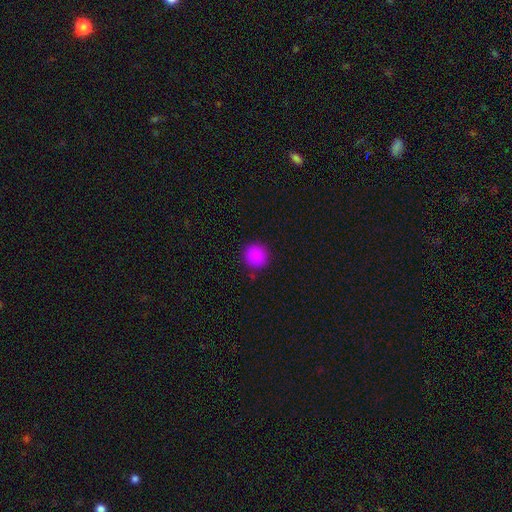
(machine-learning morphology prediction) A smooth galaxy with no disk features (88%) that is round (91%).

Vote fractions:
- Smooth or featured? smooth: 88% / star or artifact: 10% / featured or disk: 3%
- How rounded? round: 91% / in between: 8% / cigar-shaped: 1%
- Merging? none: 89% / minor disturbance: 7% / major disturbance: 2% / merger: 1%